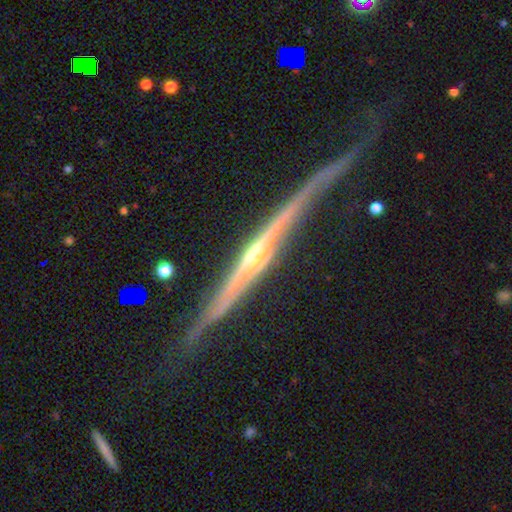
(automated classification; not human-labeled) smooth_or_featured: featured or disk (p=0.87) [alt: smooth p=0.07]
disk_edge_on: yes (p=0.95) [alt: no p=0.05]
edge_on_bulge: rounded (p=0.68) [alt: none p=0.24]
merging: none (p=0.59) [alt: minor disturbance p=0.24]